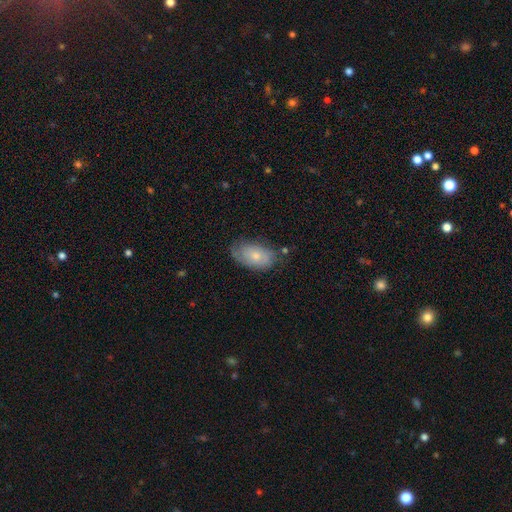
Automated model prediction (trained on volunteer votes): Overall: smooth (66%; featured or disk 27%). How rounded: in between (93%). Merging: none (64%; minor disturbance 27%).